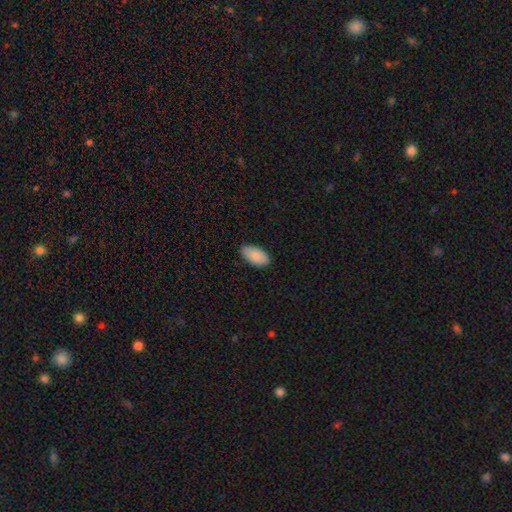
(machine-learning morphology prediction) type=smooth (87%); roundness=in between (95%); merging=none (81%).